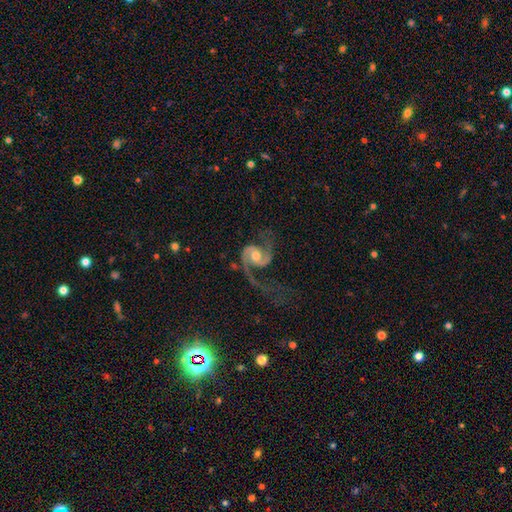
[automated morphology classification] featured or disk 91%, smooth 5%, star or artifact 4%. Down the decision tree: edge-on disk — no (98%); bar — no (52%); spiral arms — yes (98%); spiral arm count — 2 (90%); spiral winding — medium (46%); bulge size — moderate (70%); merging — none (53%).